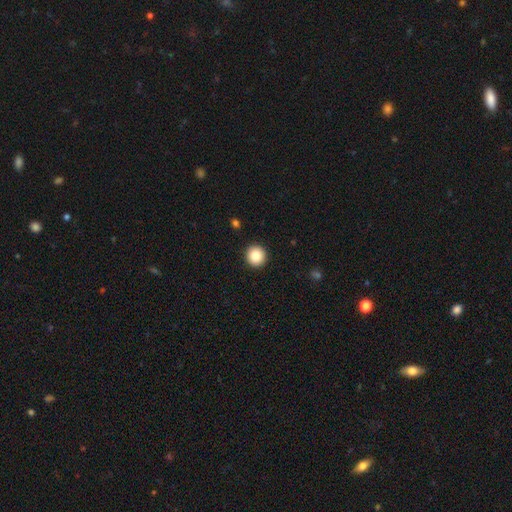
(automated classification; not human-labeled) Morphology: type=smooth (85%); roundness=round (95%); merging=none (93%).